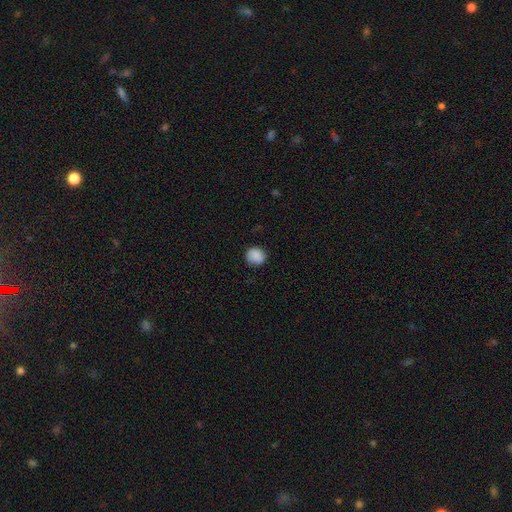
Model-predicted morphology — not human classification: Overall: smooth (88%). How rounded: round (81%). Merging: none (86%).